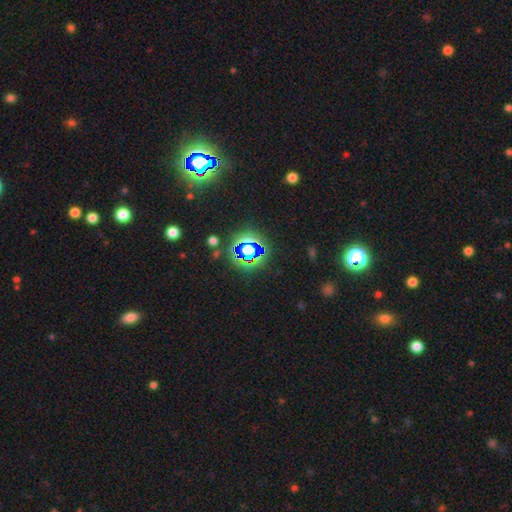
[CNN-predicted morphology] A star or artifact, not a galaxy (74%).